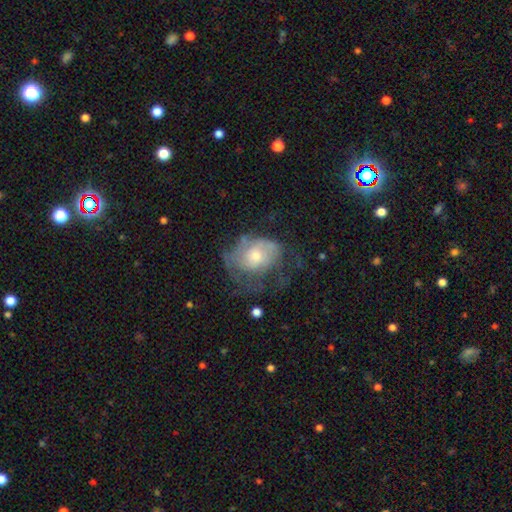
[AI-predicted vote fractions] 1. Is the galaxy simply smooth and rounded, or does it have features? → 58% featured or disk, 34% smooth, 8% star or artifact.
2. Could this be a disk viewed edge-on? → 96% no, 4% yes.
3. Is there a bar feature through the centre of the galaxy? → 79% no, 18% weak, 3% strong.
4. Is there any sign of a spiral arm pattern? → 63% yes, 37% no.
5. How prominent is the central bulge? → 48% moderate, 44% small, 5% large, 2% none, 1% dominant.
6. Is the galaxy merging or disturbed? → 37% none, 34% major disturbance, 26% minor disturbance, 2% merger.